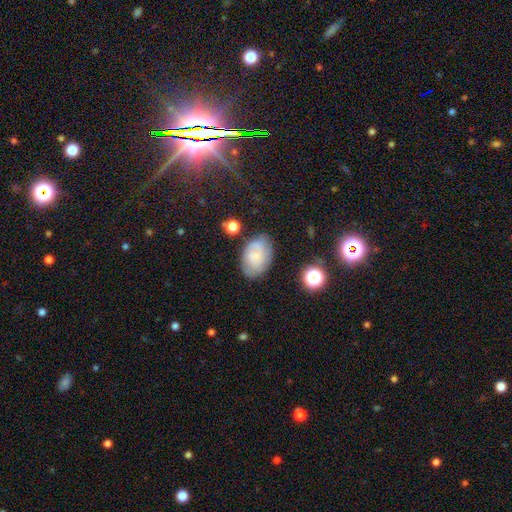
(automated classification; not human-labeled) A smooth galaxy with no disk features (48%).

Vote fractions:
- Smooth or featured? smooth: 48% / featured or disk: 42% / star or artifact: 10%
- Merging? none: 70% / minor disturbance: 20% / major disturbance: 6% / merger: 3%